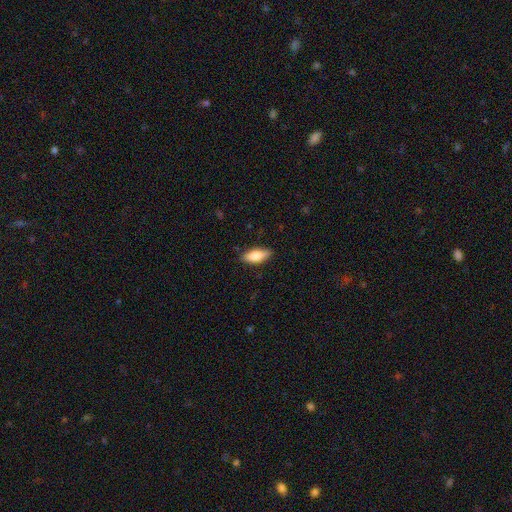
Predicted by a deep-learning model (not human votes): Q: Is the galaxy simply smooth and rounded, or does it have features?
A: smooth — 77%.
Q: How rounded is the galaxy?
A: in between — 74%.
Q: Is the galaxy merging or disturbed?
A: none — 85%.